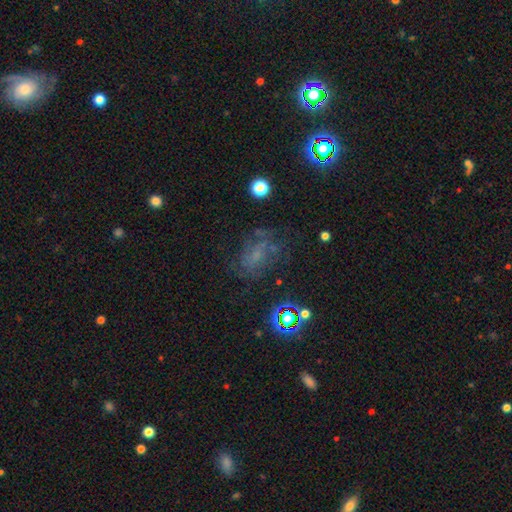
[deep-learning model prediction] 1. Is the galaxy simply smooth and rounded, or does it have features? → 44% featured or disk, 28% star or artifact, 28% smooth.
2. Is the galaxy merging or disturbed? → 55% none, 21% minor disturbance, 20% major disturbance, 3% merger.